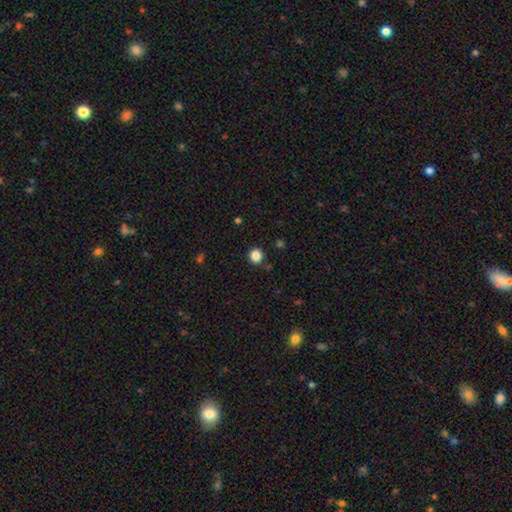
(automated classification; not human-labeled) A smooth galaxy with no disk features (85%) that is round (91%). Merging: none (90%).